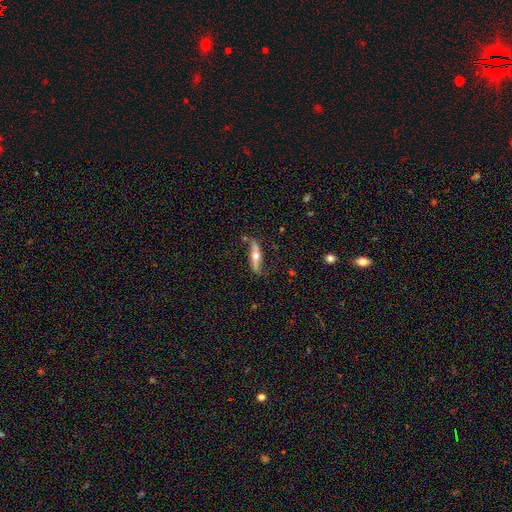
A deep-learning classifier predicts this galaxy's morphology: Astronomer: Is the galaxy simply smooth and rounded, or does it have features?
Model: featured or disk — 65%.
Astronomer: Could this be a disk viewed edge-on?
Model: yes — 79%.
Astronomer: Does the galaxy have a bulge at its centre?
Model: rounded — 95%.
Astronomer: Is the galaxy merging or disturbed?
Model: none — 72%.